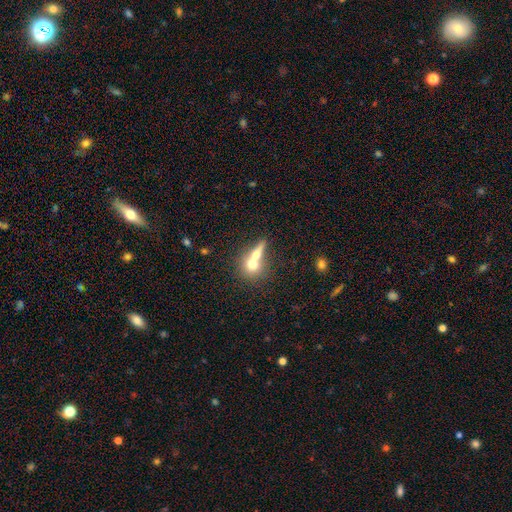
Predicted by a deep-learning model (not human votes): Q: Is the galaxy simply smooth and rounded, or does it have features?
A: smooth — 62%.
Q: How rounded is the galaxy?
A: round — 58%.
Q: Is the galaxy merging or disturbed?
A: merger — 57%.